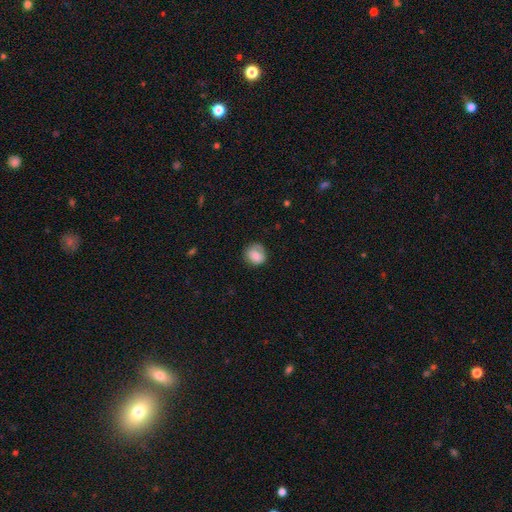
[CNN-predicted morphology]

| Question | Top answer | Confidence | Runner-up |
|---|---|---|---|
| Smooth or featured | smooth | 81% | featured or disk (11%) |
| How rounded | round | 76% | in between (23%) |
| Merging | none | 70% | minor disturbance (22%) |